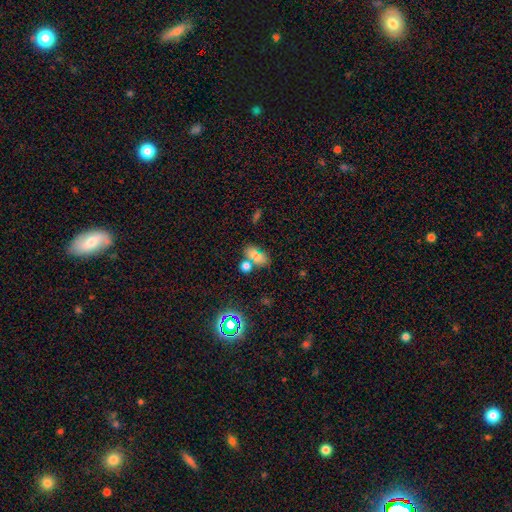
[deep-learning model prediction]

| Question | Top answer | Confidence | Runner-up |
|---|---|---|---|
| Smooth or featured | smooth | 73% | star or artifact (16%) |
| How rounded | in between | 83% | round (13%) |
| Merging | none | 57% | merger (25%) |